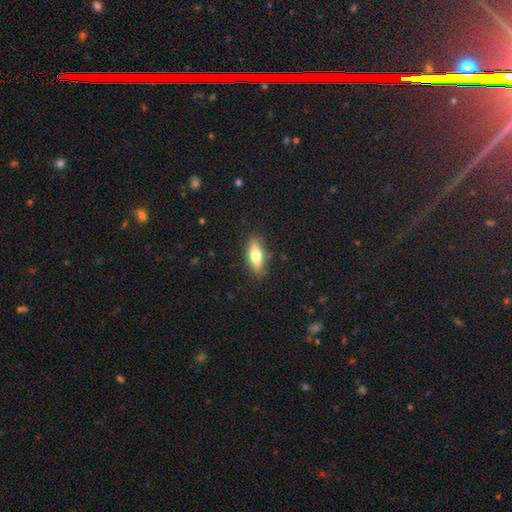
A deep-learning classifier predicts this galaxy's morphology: type=smooth (63%); roundness=in between (61%); merging=none (85%).